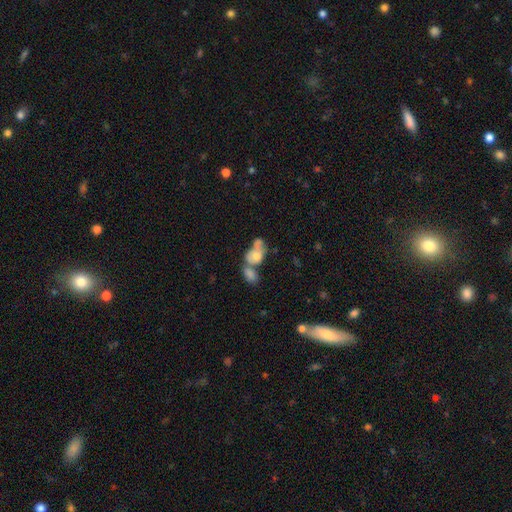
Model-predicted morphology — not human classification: A smooth galaxy with no disk features (62%) that is in between round and cigar-shaped (79%).

Vote fractions:
- Smooth or featured? smooth: 62% / featured or disk: 29% / star or artifact: 9%
- How rounded? in between: 79% / round: 18% / cigar-shaped: 3%
- Merging? merger: 59% / none: 18% / minor disturbance: 12% / major disturbance: 11%